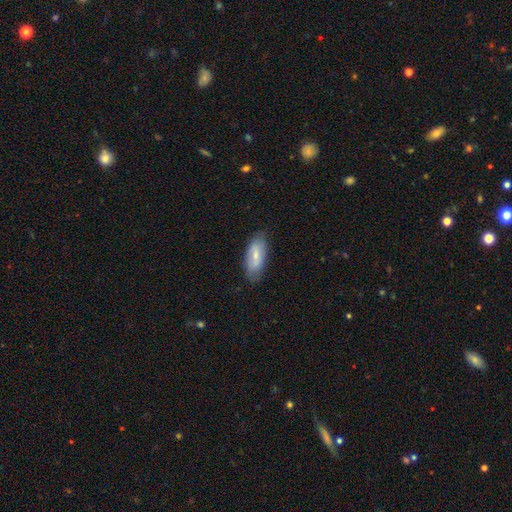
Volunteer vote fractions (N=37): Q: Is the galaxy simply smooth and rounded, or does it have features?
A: smooth — 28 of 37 (76%).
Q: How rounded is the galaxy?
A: in between — 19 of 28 (68%).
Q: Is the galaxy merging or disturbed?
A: none — 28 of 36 (78%).